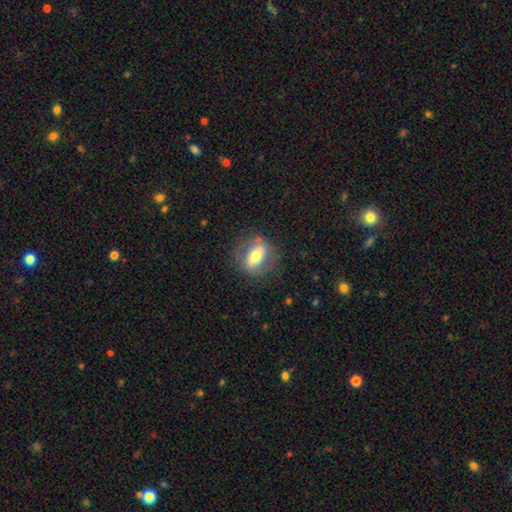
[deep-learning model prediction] This is possibly a smooth galaxy (47%). Merging: likely none (77%).